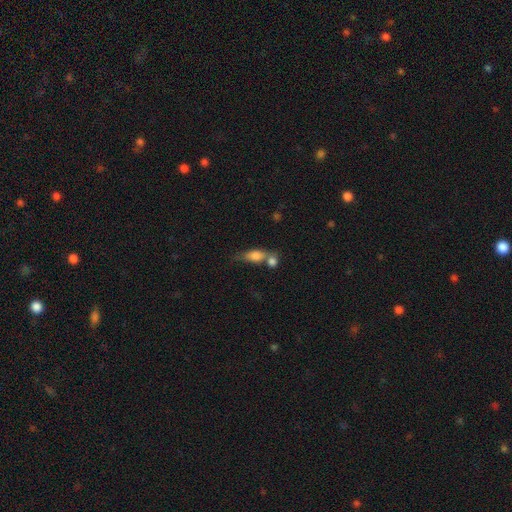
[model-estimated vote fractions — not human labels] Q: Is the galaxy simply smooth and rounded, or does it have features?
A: smooth — 76%.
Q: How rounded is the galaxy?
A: in between — 73%.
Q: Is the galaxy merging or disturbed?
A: merger — 47%.